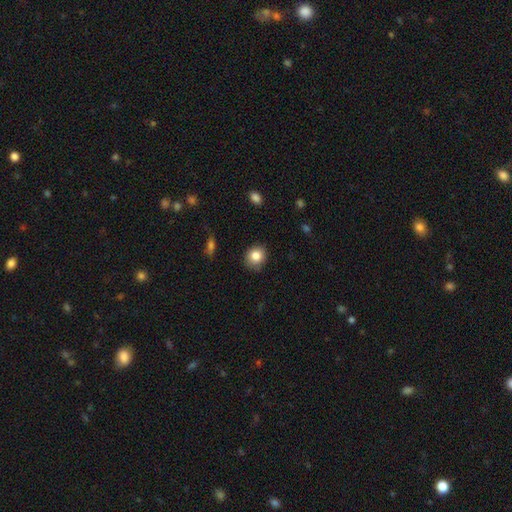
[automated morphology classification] Smooth or featured?
  - smooth: 84% *
  - star or artifact: 9%
  - featured or disk: 7%
How rounded?
  - round: 74% *
  - in between: 25%
  - cigar-shaped: 1%
Merging?
  - none: 85% *
  - minor disturbance: 12%
  - major disturbance: 2%
  - merger: 1%